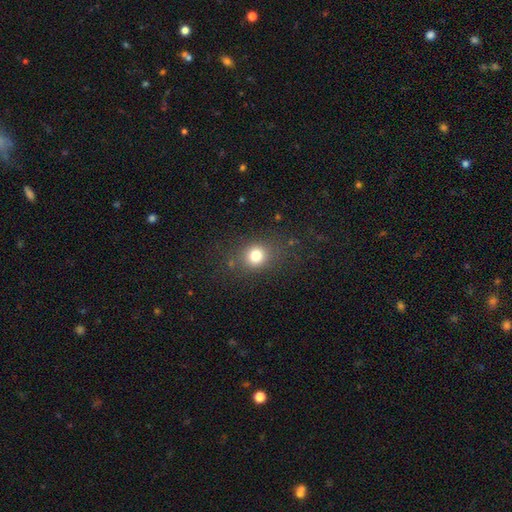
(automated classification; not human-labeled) A smooth galaxy with no disk features (78%) that is round (77%).

Vote fractions:
- Smooth or featured? smooth: 78% / star or artifact: 14% / featured or disk: 8%
- How rounded? round: 77% / in between: 22% / cigar-shaped: 1%
- Merging? none: 80% / minor disturbance: 12% / major disturbance: 6% / merger: 2%